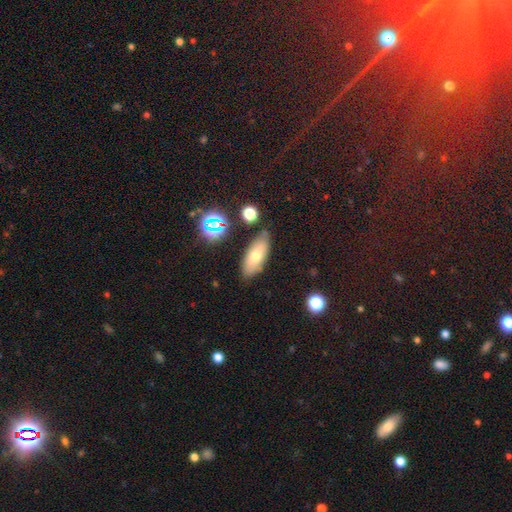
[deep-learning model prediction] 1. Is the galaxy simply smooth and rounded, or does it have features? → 66% smooth, 24% featured or disk, 10% star or artifact.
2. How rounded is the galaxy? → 80% in between, 17% cigar-shaped, 3% round.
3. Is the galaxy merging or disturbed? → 76% none, 16% minor disturbance, 4% merger, 3% major disturbance.